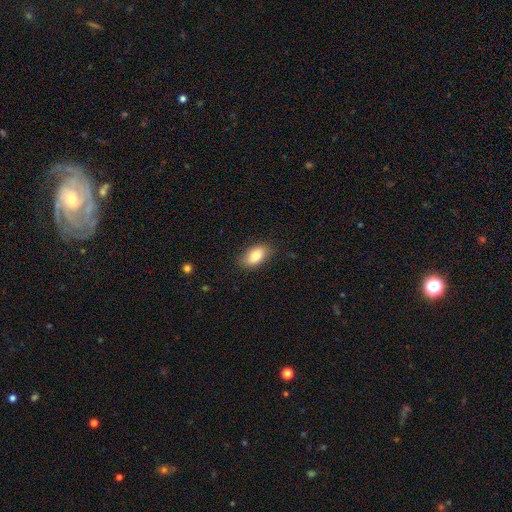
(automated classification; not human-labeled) smooth_or_featured: smooth (p=0.80) [alt: featured or disk p=0.13]
how_rounded: in between (p=0.91) [alt: round p=0.07]
merging: none (p=0.84) [alt: minor disturbance p=0.13]